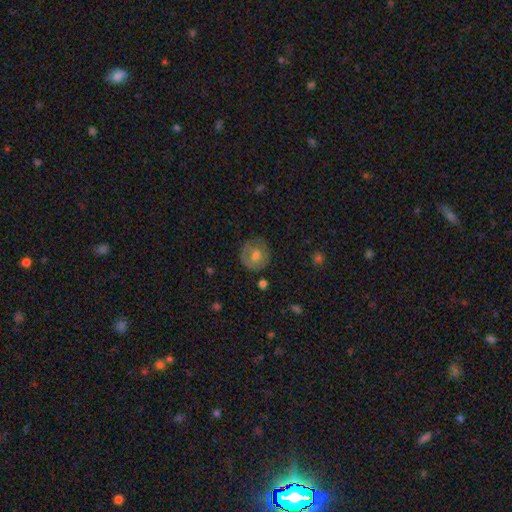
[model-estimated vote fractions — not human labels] smooth 56%, featured or disk 36%, star or artifact 8%. Down the decision tree: how rounded — round (87%); merging — none (74%).